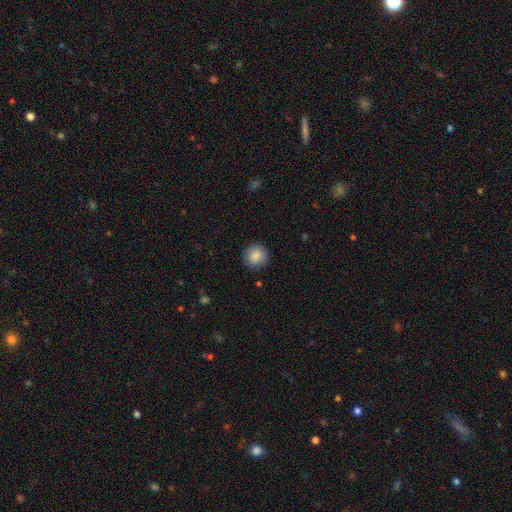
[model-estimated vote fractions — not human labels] smooth_or_featured: smooth (p=0.86) [alt: star or artifact p=0.08]
how_rounded: round (p=0.94) [alt: in between p=0.05]
merging: none (p=0.90) [alt: minor disturbance p=0.07]